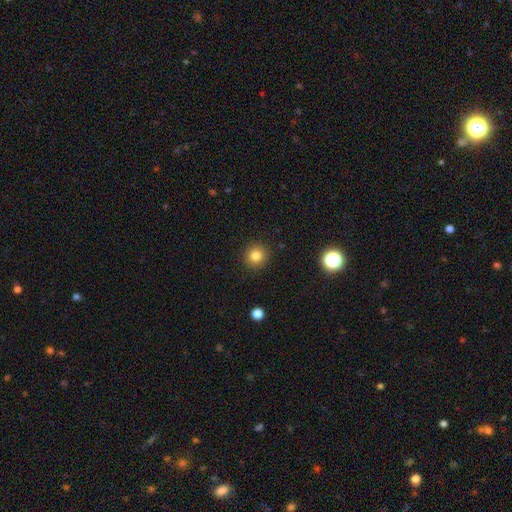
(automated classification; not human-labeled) Smooth or featured? smooth (82%)
How rounded? round (93%)
Merging? none (91%)